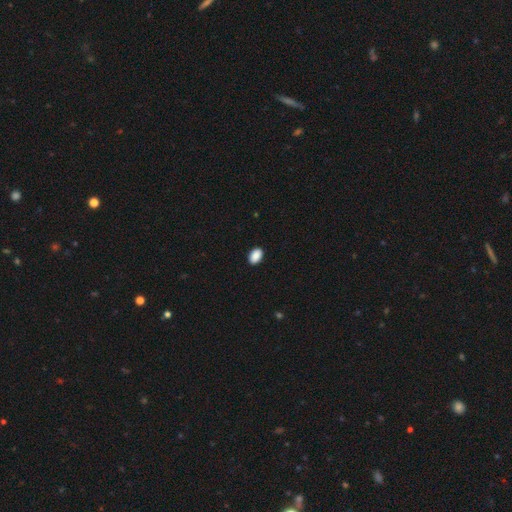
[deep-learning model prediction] The model was most divided on "how rounded": in between: 90%, round: 9%, cigar-shaped: 1%. More confident: smooth or featured — smooth (90%); merging — none (90%).